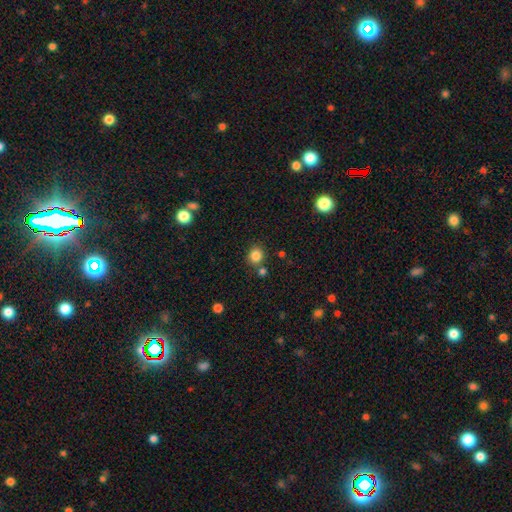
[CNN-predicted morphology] Overall: smooth (83%). How rounded: round (83%). Merging: none (77%).